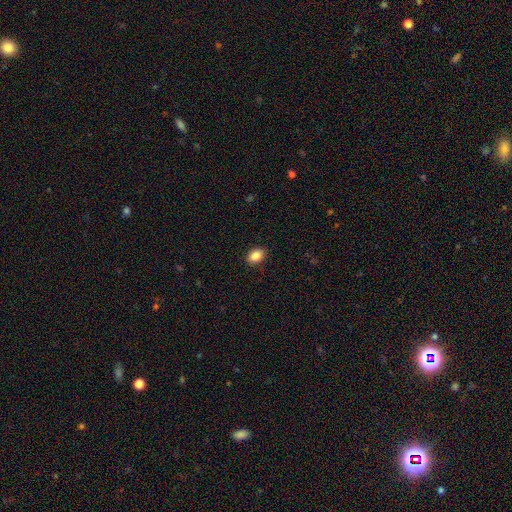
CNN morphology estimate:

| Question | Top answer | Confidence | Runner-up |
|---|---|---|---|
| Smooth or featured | smooth | 88% | star or artifact (8%) |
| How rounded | in between | 83% | round (16%) |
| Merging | none | 90% | minor disturbance (7%) |